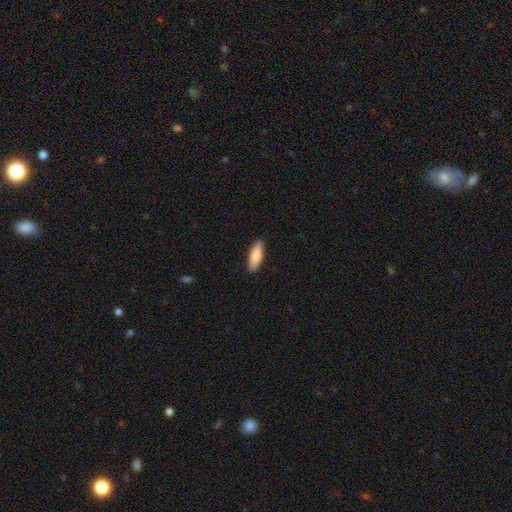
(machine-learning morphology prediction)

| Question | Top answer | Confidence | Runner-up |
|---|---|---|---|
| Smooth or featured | smooth | 80% | featured or disk (15%) |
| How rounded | in between | 56% | cigar-shaped (42%) |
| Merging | none | 90% | minor disturbance (7%) |